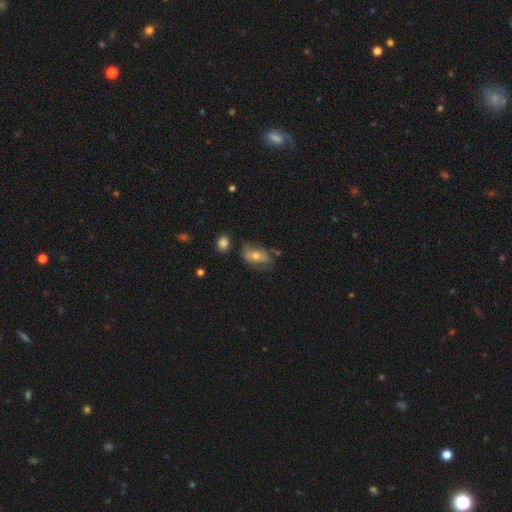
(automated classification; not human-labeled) This appears to be a smooth galaxy with no disk features (55%) that is in between round and cigar-shaped (83%). Merging: none (53%).